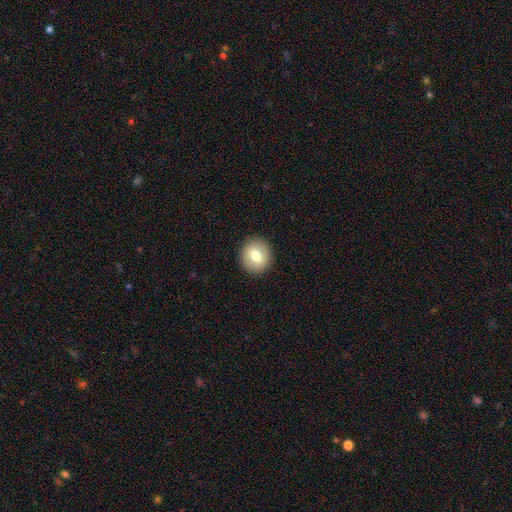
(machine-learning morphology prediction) This appears to be a smooth galaxy with no disk features (72%) that is round (78%). Merging: none (90%).